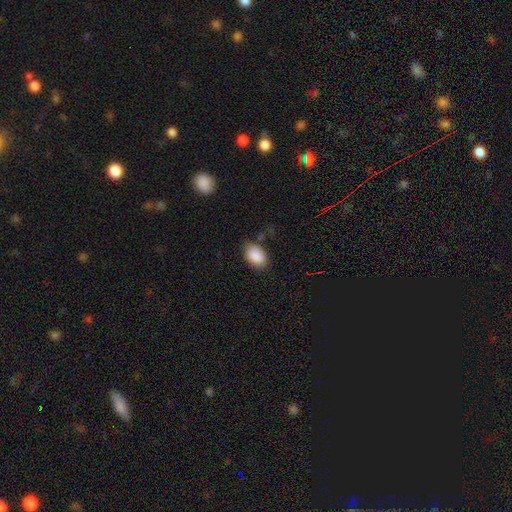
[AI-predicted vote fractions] This is clearly a smooth galaxy (89%). How rounded: clearly in between (88%). Merging: likely none (78%).